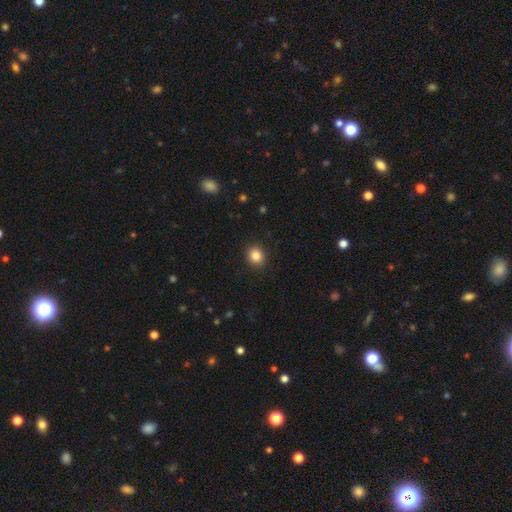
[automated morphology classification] Q: Smooth or featured?
A: smooth (86%); runner-up: star or artifact (10%)
Q: How rounded?
A: round (72%); runner-up: in between (27%)
Q: Merging?
A: none (90%); runner-up: minor disturbance (6%)